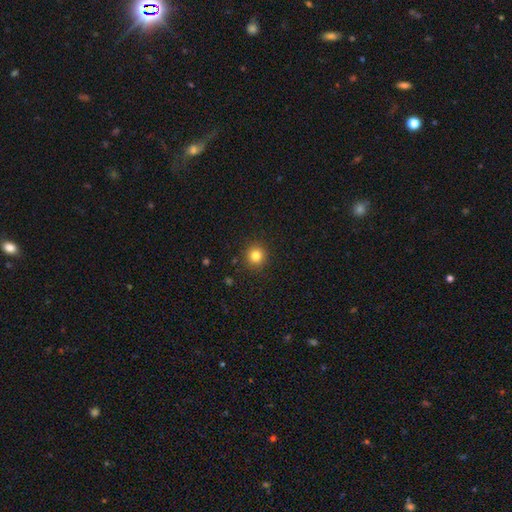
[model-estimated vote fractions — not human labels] A smooth galaxy with no disk features (82%) that is round (93%).

Vote fractions:
- Smooth or featured? smooth: 82% / star or artifact: 12% / featured or disk: 6%
- How rounded? round: 93% / in between: 6% / cigar-shaped: 1%
- Merging? none: 91% / minor disturbance: 6% / major disturbance: 2% / merger: 1%